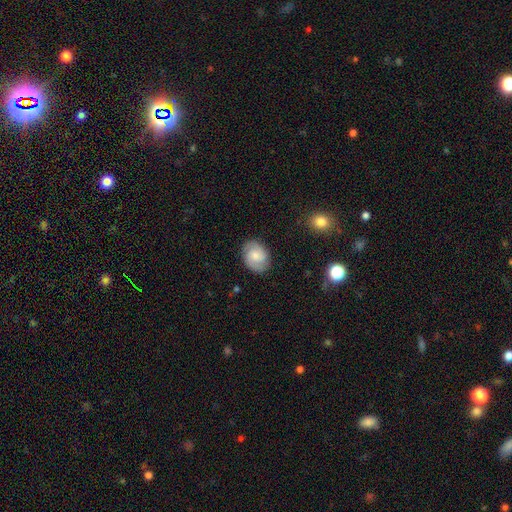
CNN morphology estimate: A featured or disk galaxy (63%) with no bar (56%), 2 (84%) medium (46%) spiral arms (94%) and a small central bulge (46%). Merging: none (83%).